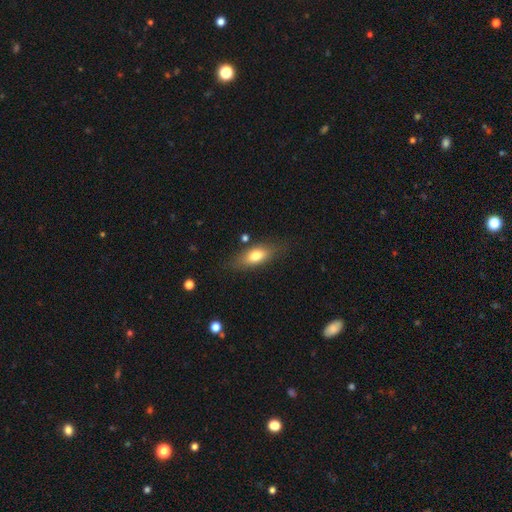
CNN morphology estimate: This is likely a smooth galaxy (74%). How rounded: likely in between (77%). Merging: likely none (76%).